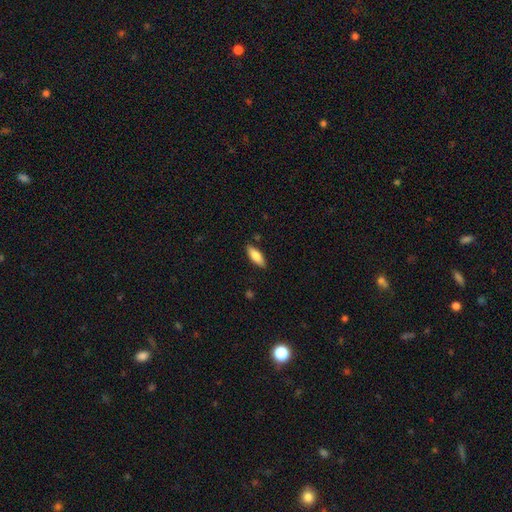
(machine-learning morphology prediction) Smooth or featured?
  - smooth: 79% *
  - featured or disk: 15%
  - star or artifact: 6%
How rounded?
  - in between: 66% *
  - cigar-shaped: 32%
  - round: 2%
Merging?
  - none: 86% *
  - minor disturbance: 11%
  - major disturbance: 2%
  - merger: 1%